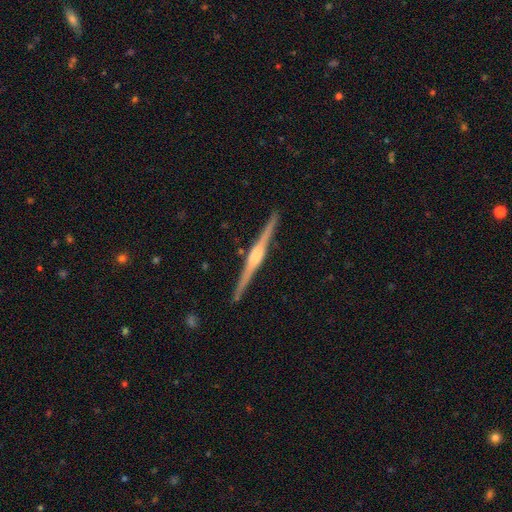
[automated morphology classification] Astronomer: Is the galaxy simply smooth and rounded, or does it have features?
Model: featured or disk — 87%.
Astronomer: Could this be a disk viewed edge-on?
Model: yes — 99%.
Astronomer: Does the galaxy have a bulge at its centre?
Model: rounded — 70%.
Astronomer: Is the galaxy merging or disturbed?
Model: none — 92%.